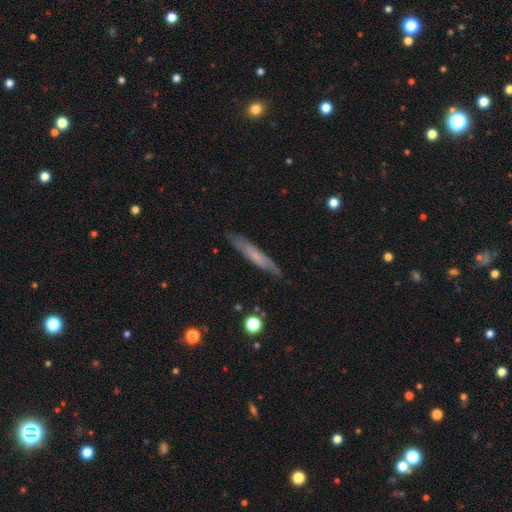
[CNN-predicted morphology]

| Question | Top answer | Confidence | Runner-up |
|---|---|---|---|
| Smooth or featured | smooth | 53% | featured or disk (41%) |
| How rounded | cigar-shaped | 92% | in between (7%) |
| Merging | none | 85% | minor disturbance (12%) |